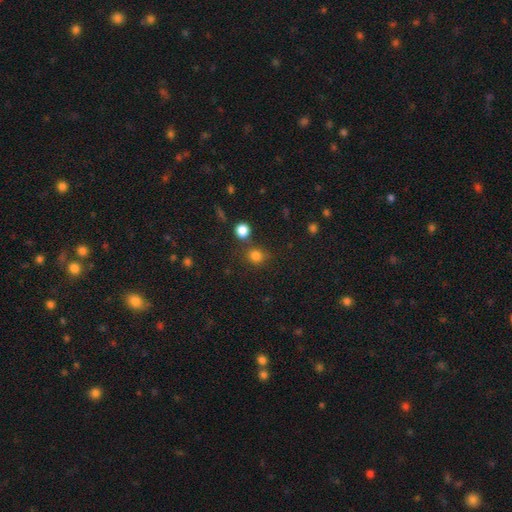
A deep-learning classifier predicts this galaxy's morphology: Overall: smooth (80%). How rounded: round (80%). Merging: none (70%).